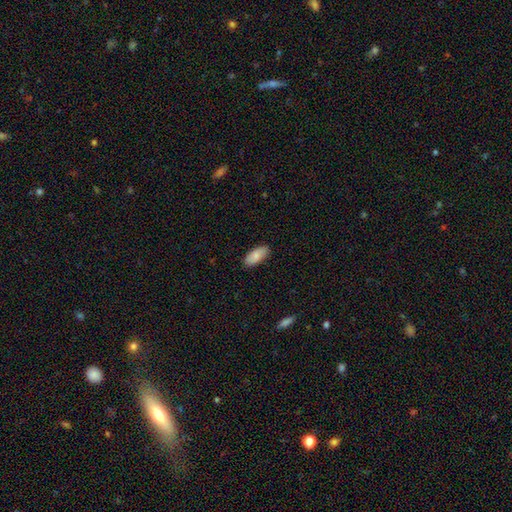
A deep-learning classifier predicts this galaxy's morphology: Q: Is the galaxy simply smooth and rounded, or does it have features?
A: smooth — 81%.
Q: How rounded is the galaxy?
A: in between — 90%.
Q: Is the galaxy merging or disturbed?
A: none — 88%.